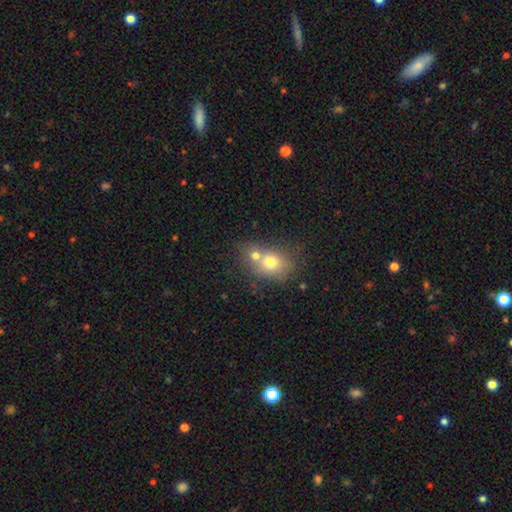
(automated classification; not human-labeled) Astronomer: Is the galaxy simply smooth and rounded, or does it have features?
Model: smooth — 69%.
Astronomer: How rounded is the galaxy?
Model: round — 56% (runner-up: in between, 42%).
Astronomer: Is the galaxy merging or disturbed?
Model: merger — 56% (runner-up: none, 32%).